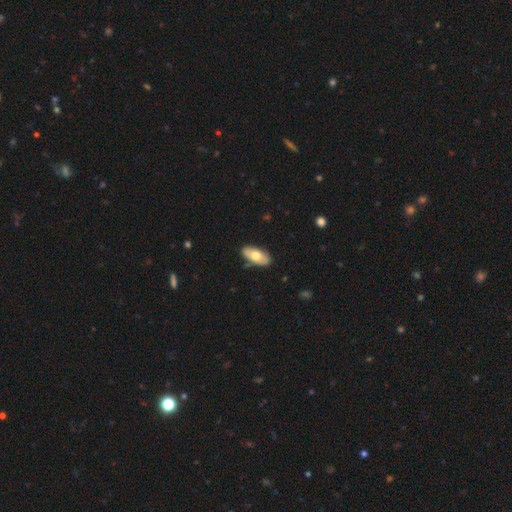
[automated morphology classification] type=smooth (66%); roundness=in between (89%); merging=none (82%).